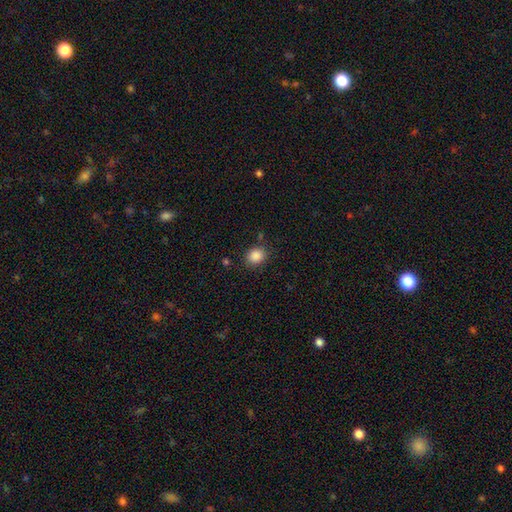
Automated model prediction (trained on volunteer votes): This appears to be a smooth galaxy with no disk features (87%) that is round (64%). Merging: none (82%).